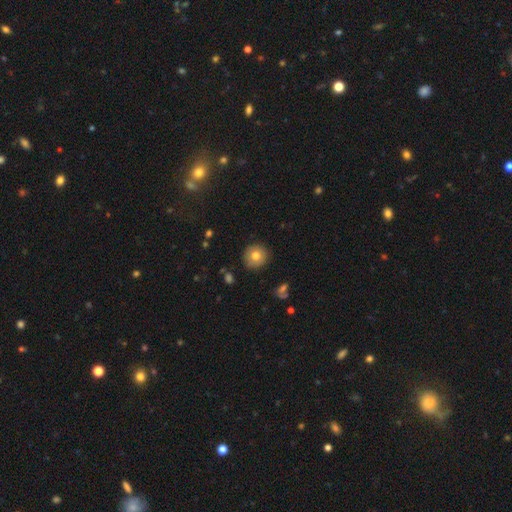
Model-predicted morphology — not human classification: This is likely a smooth galaxy (77%). How rounded: clearly round (93%). Merging: clearly none (89%).